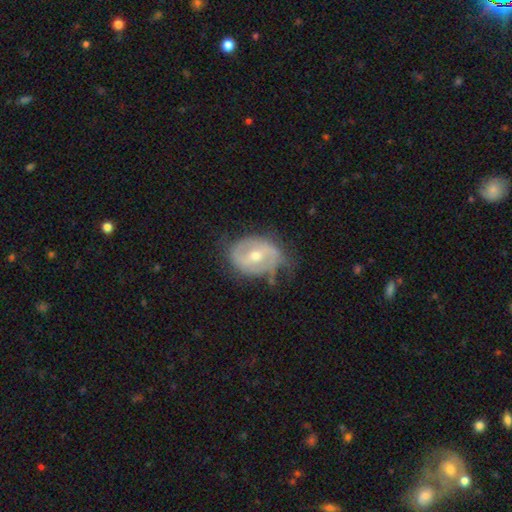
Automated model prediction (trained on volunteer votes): Overall: featured or disk (70%). Edge-on disk: no (95%). Bar: weak (43%; strong 30%). Spiral arms: yes (62%; no 38%). Bulge size: moderate (65%; small 31%). Merging: none (53%; minor disturbance 31%).